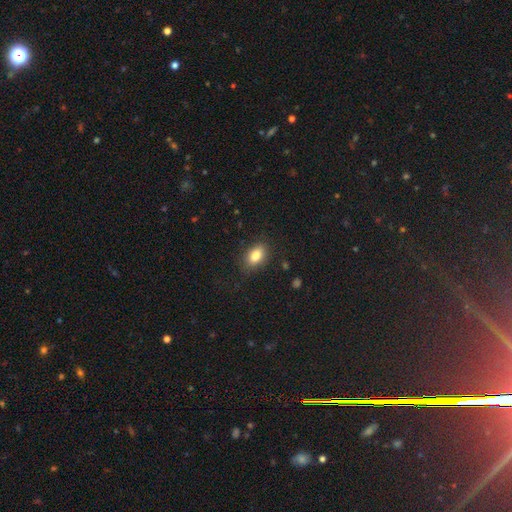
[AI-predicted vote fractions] smooth 83%, star or artifact 9%, featured or disk 8%. Down the decision tree: how rounded — in between (86%); merging — none (84%).